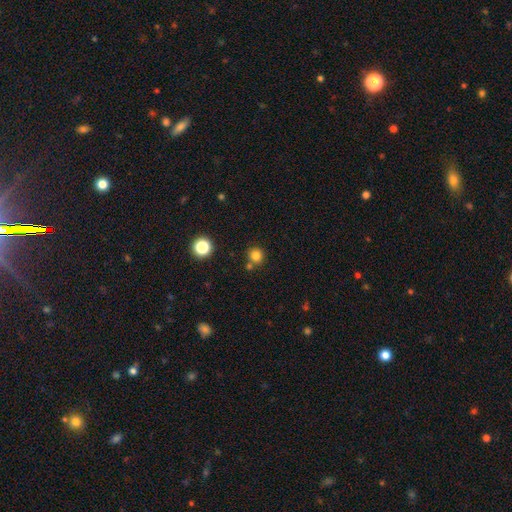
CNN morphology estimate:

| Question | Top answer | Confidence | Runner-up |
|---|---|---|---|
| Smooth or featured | smooth | 81% | star or artifact (14%) |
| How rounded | round | 91% | in between (8%) |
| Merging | none | 75% | merger (14%) |